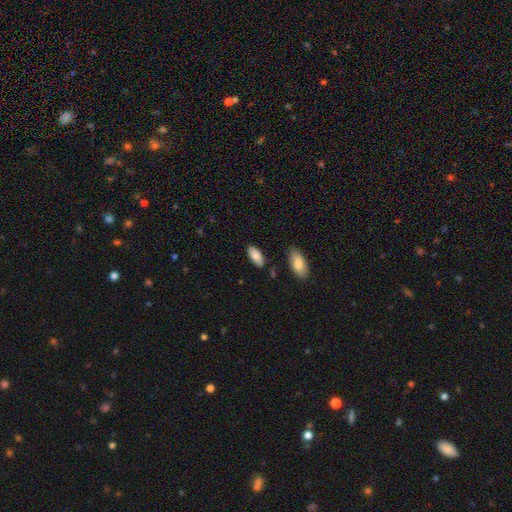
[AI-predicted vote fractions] Smooth or featured? smooth (82%)
How rounded? in between (89%)
Merging? none (82%)